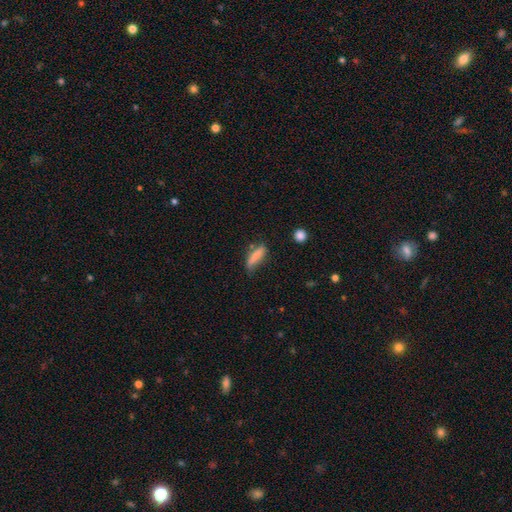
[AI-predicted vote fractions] Q: Smooth or featured?
A: smooth (76%); runner-up: featured or disk (16%)
Q: How rounded?
A: cigar-shaped (66%); runner-up: in between (32%)
Q: Merging?
A: none (56%); runner-up: minor disturbance (30%)